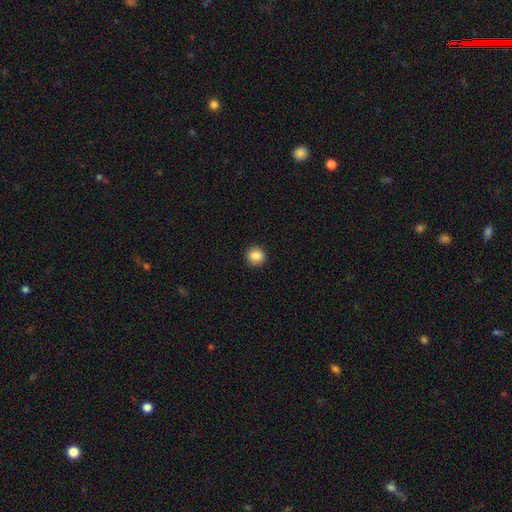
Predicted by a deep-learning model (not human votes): Smooth or featured? smooth (86%)
How rounded? round (91%)
Merging? none (92%)